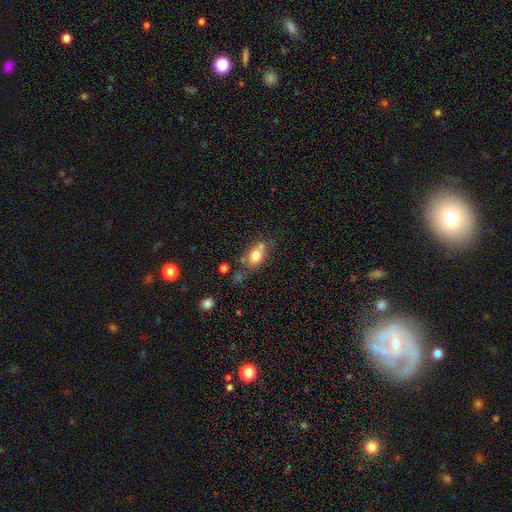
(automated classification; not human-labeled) A smooth galaxy with no disk features (74%) that is in between round and cigar-shaped (71%). Merging: none (50%).